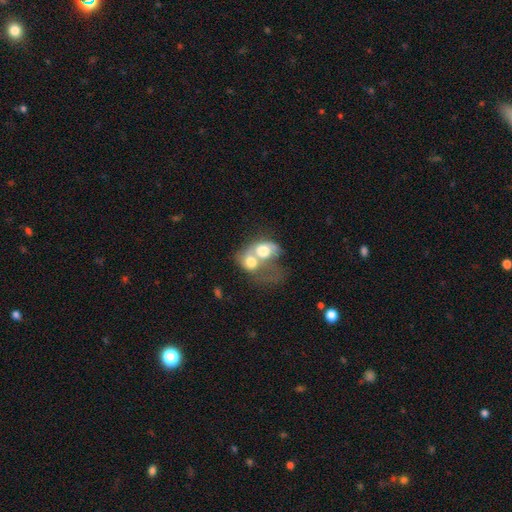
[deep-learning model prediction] Smooth or featured? smooth (50%)
Merging? merger (75%)